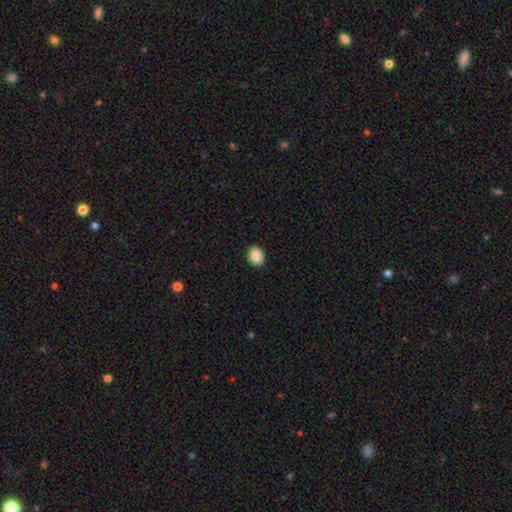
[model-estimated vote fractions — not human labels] Smooth or featured: smooth — 85% (star or artifact — 8%)
How rounded: round — 60% (in between — 39%)
Merging: none — 90% (minor disturbance — 7%)